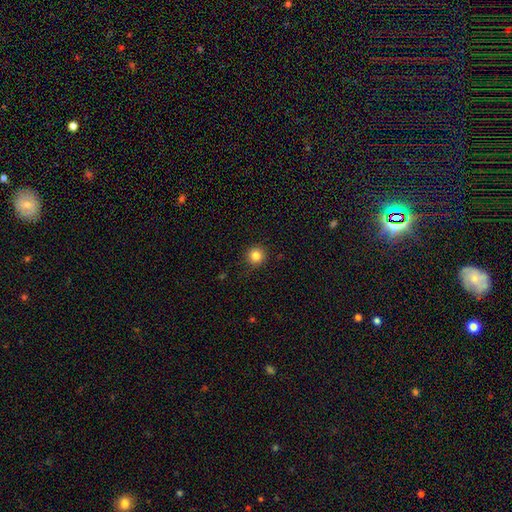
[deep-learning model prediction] Overall: smooth (84%). How rounded: round (94%). Merging: none (89%).